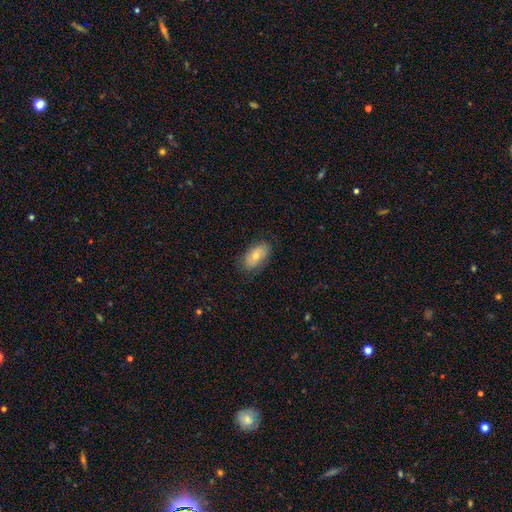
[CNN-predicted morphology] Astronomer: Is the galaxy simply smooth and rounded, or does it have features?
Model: smooth — 75%.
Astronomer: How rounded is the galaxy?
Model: in between — 93%.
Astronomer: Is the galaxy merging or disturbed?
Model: none — 77%.